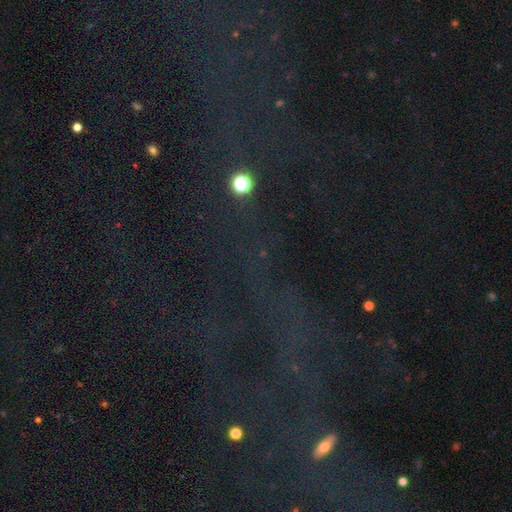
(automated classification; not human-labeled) smooth-or-featured: star or artifact: 77% | smooth: 13% | featured or disk: 10%